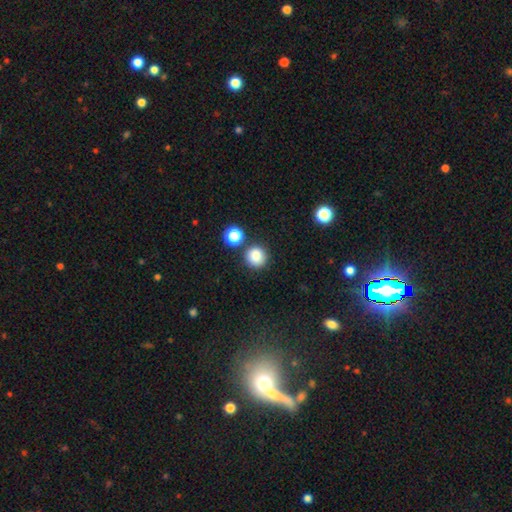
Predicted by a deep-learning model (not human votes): This is clearly a smooth galaxy (83%). How rounded: clearly round (92%). Merging: clearly none (81%).